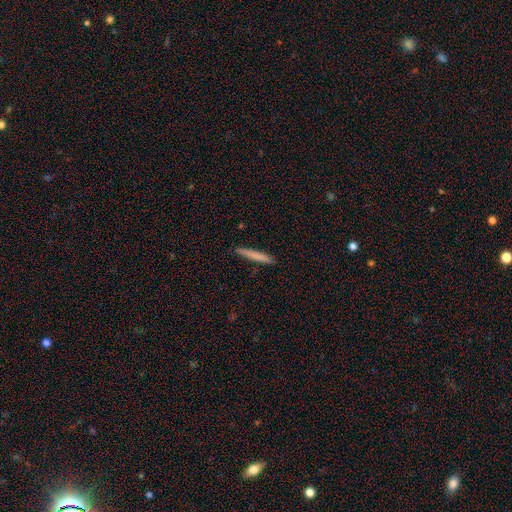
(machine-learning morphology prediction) This appears to be a smooth galaxy with no disk features (76%) that is cigar-shaped (96%). Merging: none (89%).